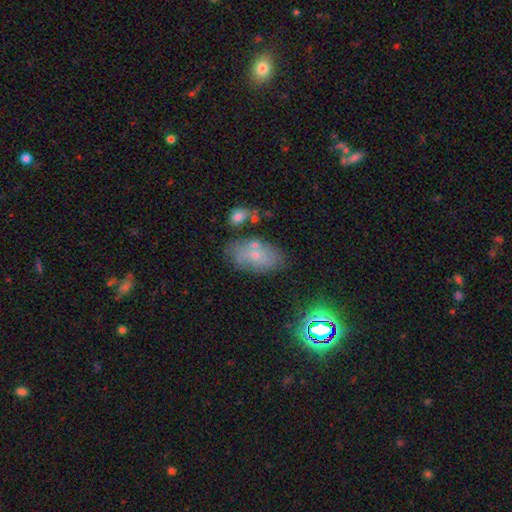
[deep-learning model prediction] Q: Smooth or featured?
A: smooth (56%); runner-up: featured or disk (29%)
Q: How rounded?
A: in between (90%); runner-up: round (7%)
Q: Merging?
A: none (61%); runner-up: minor disturbance (20%)